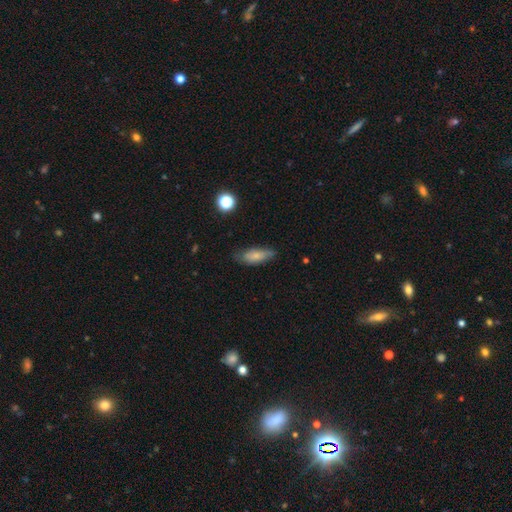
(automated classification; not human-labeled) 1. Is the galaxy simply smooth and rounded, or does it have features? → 74% smooth, 19% featured or disk, 8% star or artifact.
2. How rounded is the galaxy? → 72% in between, 25% cigar-shaped, 3% round.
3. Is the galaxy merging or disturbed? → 68% none, 26% minor disturbance, 5% major disturbance, 2% merger.